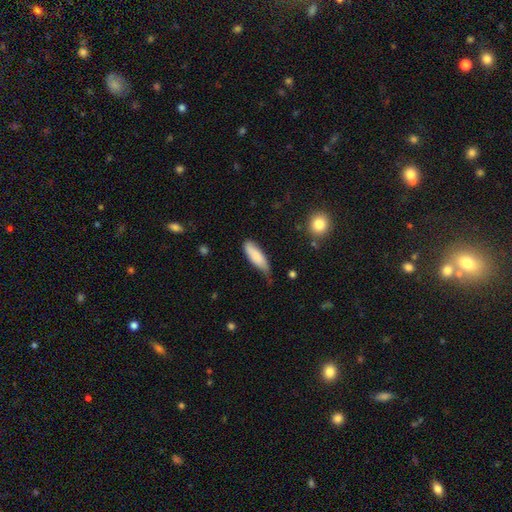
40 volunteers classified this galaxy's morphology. Smooth or featured? 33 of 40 (82%) said smooth. How rounded? 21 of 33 (64%) said in between. Merging? 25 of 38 (66%) said minor disturbance.